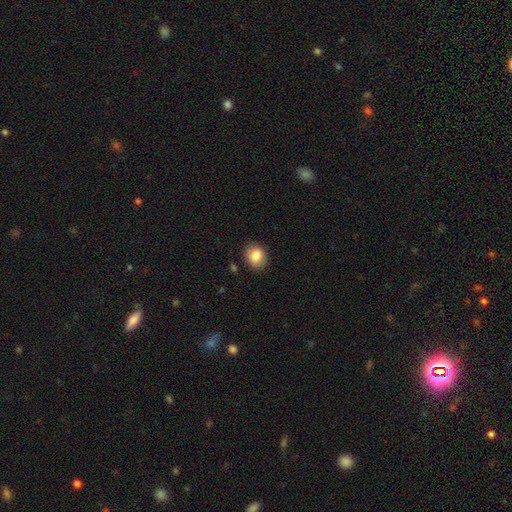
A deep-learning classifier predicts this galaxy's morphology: This is clearly a smooth galaxy (85%). How rounded: possibly round (55%). Merging: clearly none (85%).